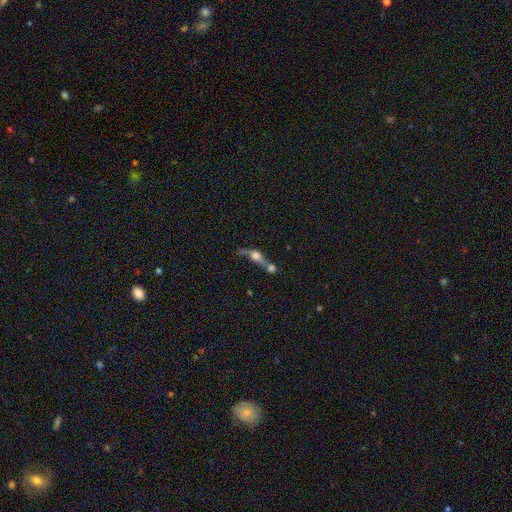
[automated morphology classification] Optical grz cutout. It shows a featured or disk galaxy (49%). Merging: merger (60%).